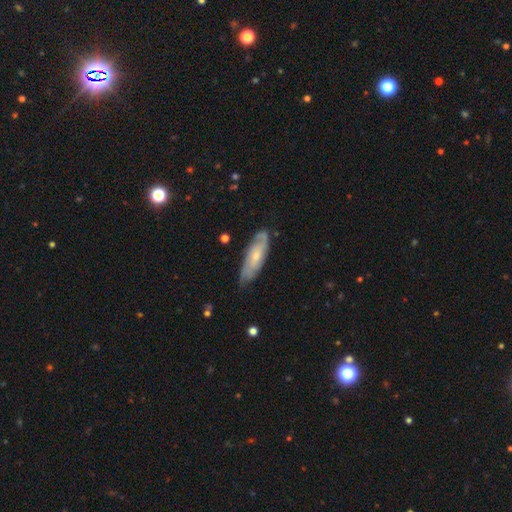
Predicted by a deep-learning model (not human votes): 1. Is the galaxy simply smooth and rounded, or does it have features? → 60% featured or disk, 34% smooth, 6% star or artifact.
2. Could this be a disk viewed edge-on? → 78% no, 22% yes.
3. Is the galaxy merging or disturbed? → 73% none, 21% minor disturbance, 5% major disturbance, 1% merger.